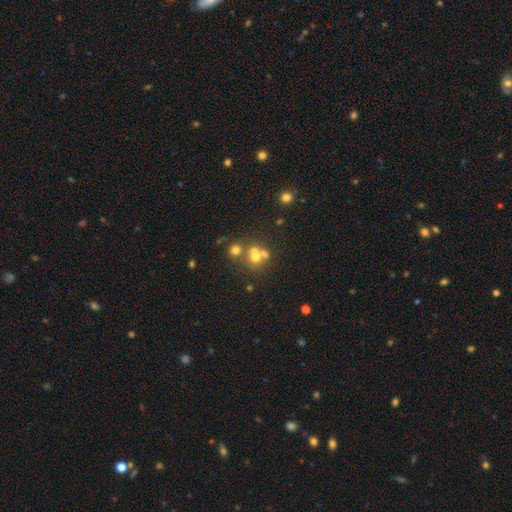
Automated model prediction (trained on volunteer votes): Smooth or featured? smooth (59%)
How rounded? round (83%)
Merging? none (44%)